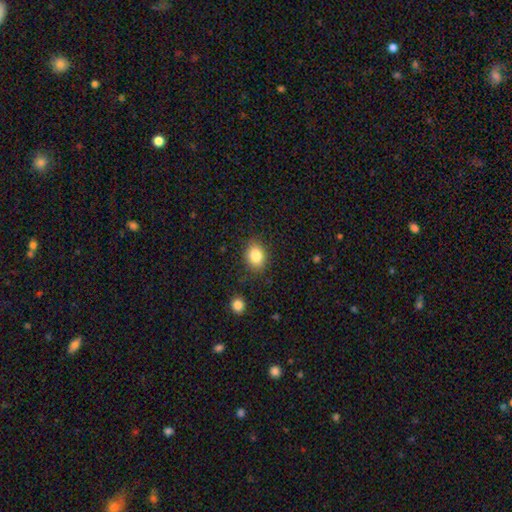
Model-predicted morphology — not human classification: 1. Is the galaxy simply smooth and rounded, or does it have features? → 84% smooth, 9% star or artifact, 7% featured or disk.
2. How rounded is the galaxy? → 54% in between, 45% round, 1% cigar-shaped.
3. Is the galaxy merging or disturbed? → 83% none, 12% minor disturbance, 3% major disturbance, 2% merger.